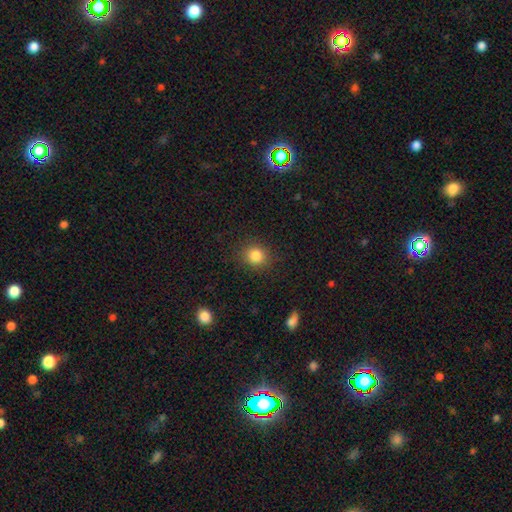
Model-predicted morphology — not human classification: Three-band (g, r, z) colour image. It shows a smooth galaxy with no disk features (84%) that is round (83%). Merging: none (89%).